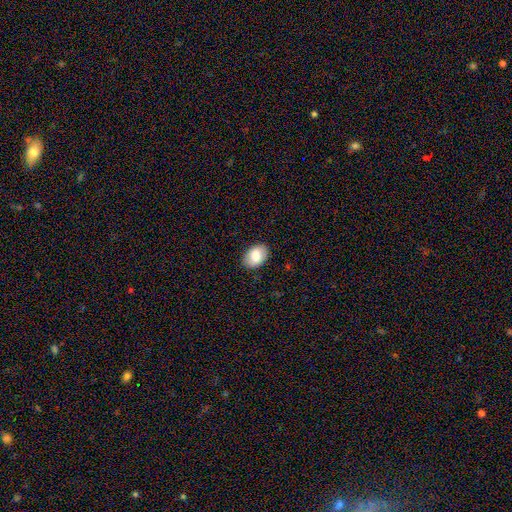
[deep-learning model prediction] Overall: smooth (80%). How rounded: in between (87%). Merging: none (88%).